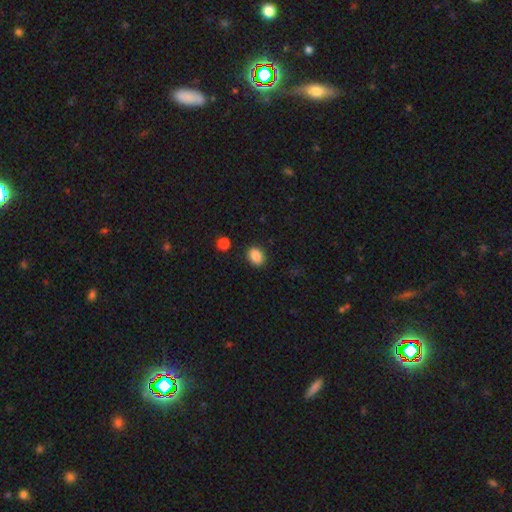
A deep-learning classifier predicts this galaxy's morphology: Overall: smooth (88%). How rounded: in between (64%; round 35%). Merging: none (86%).